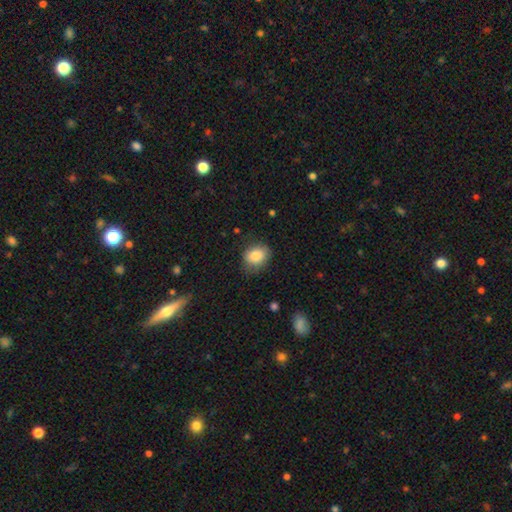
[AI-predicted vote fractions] Smooth or featured: smooth — 85% (star or artifact — 8%)
How rounded: in between — 55% (round — 44%)
Merging: none — 72% (minor disturbance — 21%)